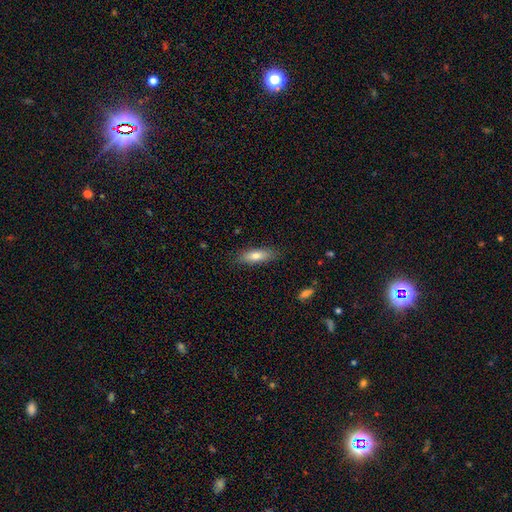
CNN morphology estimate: The model was most divided on "how rounded": in between: 53%, cigar-shaped: 45%, round: 2%. More confident: merging — none (84%); smooth or featured — smooth (76%).